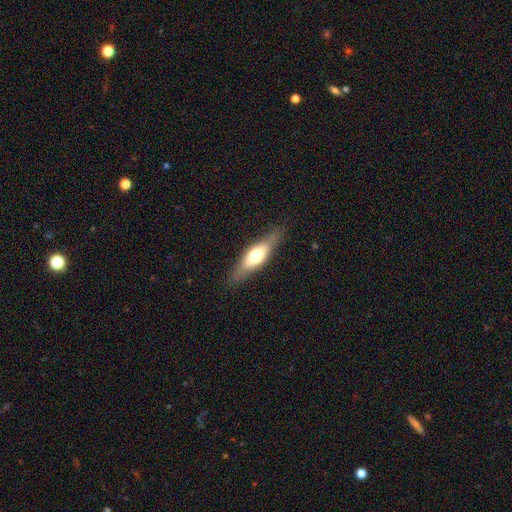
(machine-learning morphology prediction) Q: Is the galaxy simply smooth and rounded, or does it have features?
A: smooth — 51%.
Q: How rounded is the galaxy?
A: cigar-shaped — 54%.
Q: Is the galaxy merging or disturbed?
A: none — 83%.